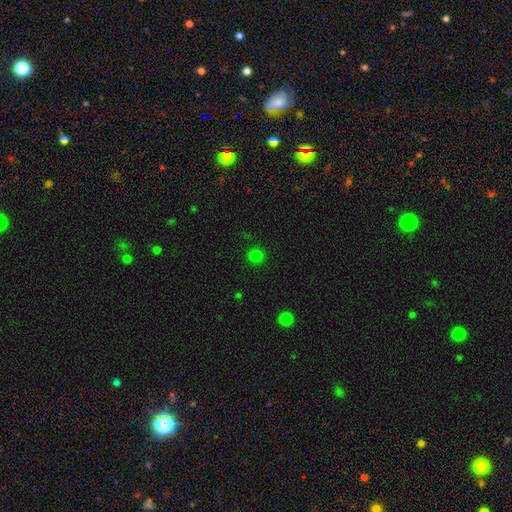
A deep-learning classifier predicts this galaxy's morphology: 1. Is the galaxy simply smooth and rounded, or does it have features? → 78% smooth, 19% star or artifact, 3% featured or disk.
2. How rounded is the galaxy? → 94% round, 5% in between, 1% cigar-shaped.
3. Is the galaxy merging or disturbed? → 90% none, 6% minor disturbance, 2% major disturbance, 1% merger.